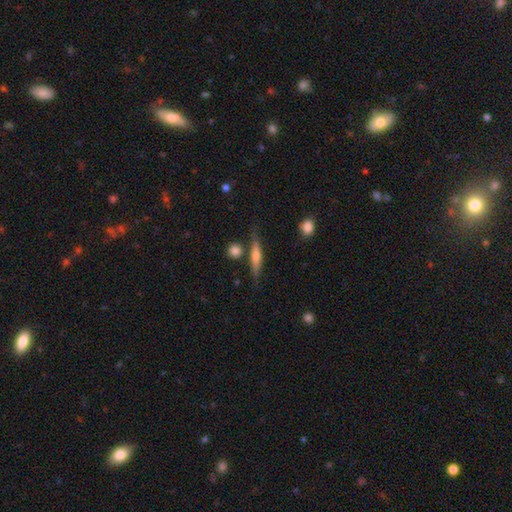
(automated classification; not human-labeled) This appears to be a featured or disk galaxy (58%) viewed edge-on (95%) with a rounded central bulge (75%). Merging: none (78%).